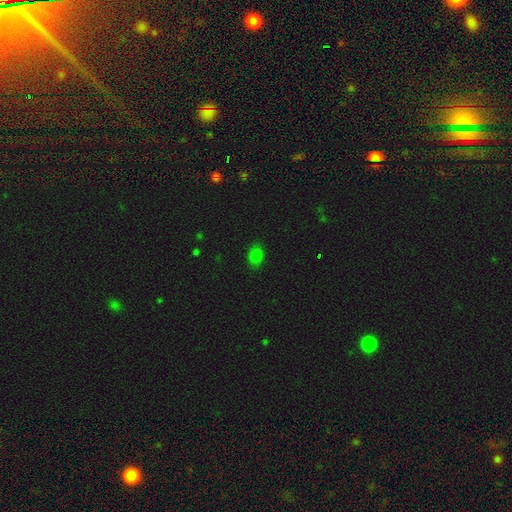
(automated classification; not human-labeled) A smooth galaxy with no disk features (78%) that is in between round and cigar-shaped (56%).

Vote fractions:
- Smooth or featured? smooth: 78% / star or artifact: 16% / featured or disk: 5%
- How rounded? in between: 56% / round: 43% / cigar-shaped: 1%
- Merging? none: 84% / minor disturbance: 12% / major disturbance: 3% / merger: 1%